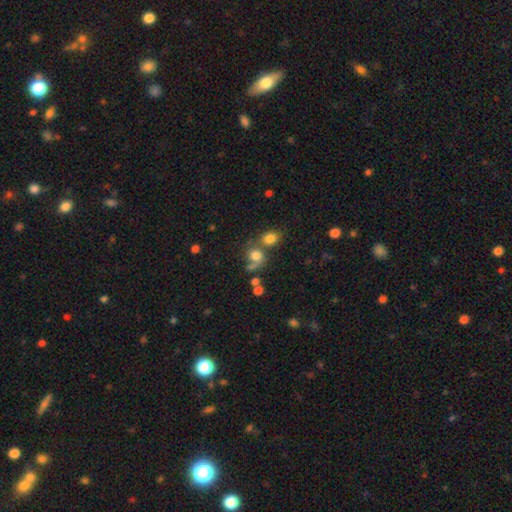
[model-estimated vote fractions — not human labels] Smooth or featured: smooth — 72% (featured or disk — 14%)
How rounded: round — 73% (in between — 26%)
Merging: merger — 40% (none — 37%)